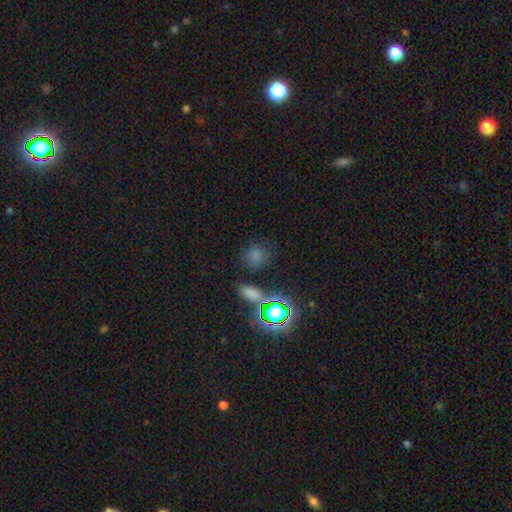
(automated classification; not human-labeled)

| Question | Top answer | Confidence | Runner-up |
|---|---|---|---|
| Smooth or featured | smooth | 68% | star or artifact (25%) |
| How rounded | round | 78% | in between (20%) |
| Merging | none | 78% | minor disturbance (12%) |